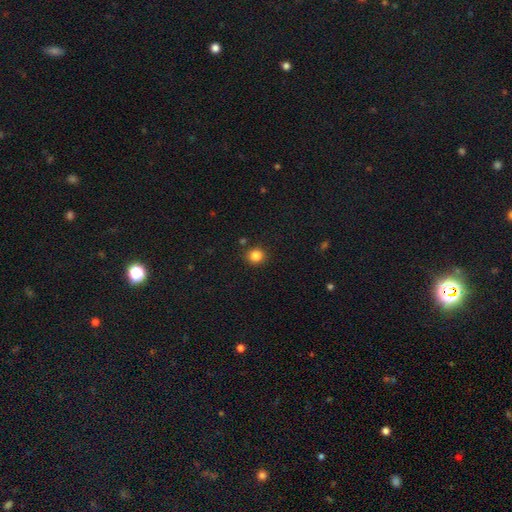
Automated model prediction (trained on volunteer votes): Q: Smooth or featured?
A: smooth (84%); runner-up: star or artifact (12%)
Q: How rounded?
A: round (88%); runner-up: in between (11%)
Q: Merging?
A: none (88%); runner-up: minor disturbance (7%)